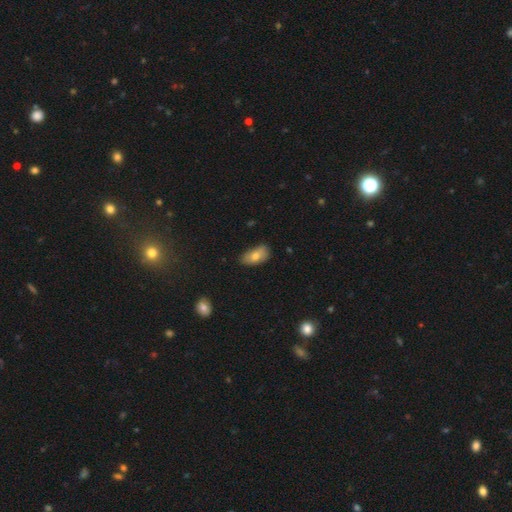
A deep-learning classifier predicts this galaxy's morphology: Smooth or featured? smooth (73%)
How rounded? in between (92%)
Merging? none (68%)